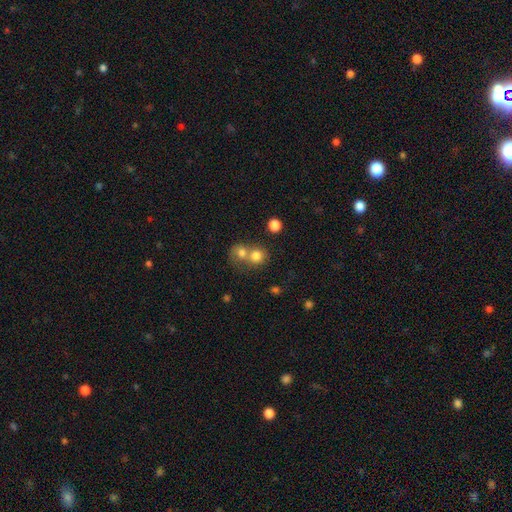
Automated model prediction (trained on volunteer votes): Morphology: type=smooth (76%); roundness=round (82%); merging=merger (57%).